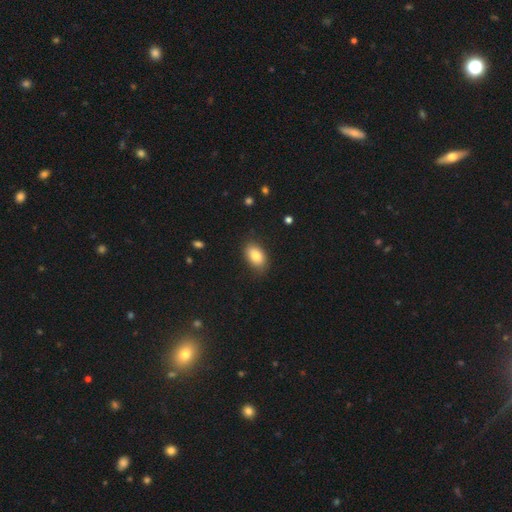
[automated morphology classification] smooth 83%, featured or disk 9%, star or artifact 8%. Down the decision tree: how rounded — in between (89%); merging — none (82%).